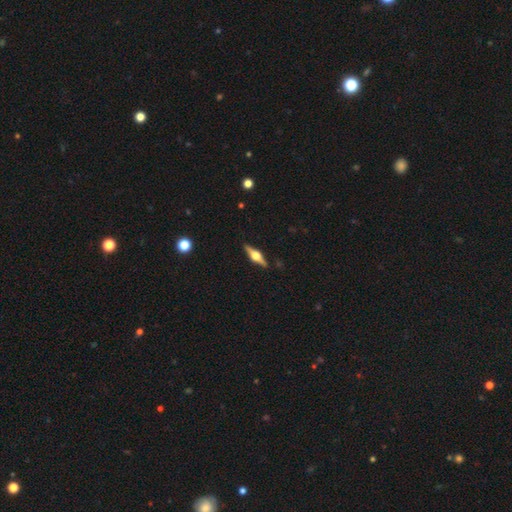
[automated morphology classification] A featured or disk galaxy (78%) viewed edge-on (97%) with a rounded central bulge (94%). Merging: none (90%).